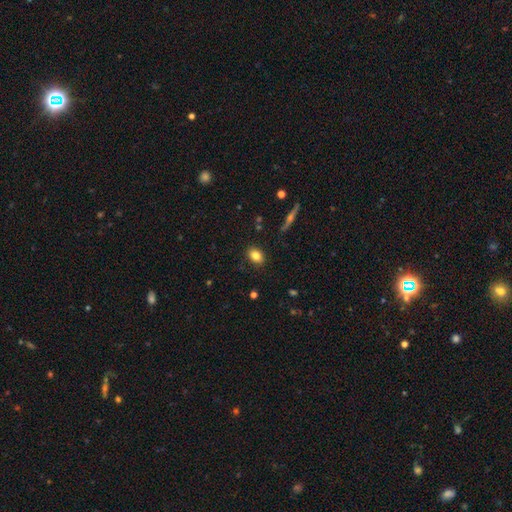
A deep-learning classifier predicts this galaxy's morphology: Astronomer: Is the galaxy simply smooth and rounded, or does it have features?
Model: smooth — 81%.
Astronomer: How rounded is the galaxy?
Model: in between — 71%.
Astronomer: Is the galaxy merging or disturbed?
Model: none — 88%.